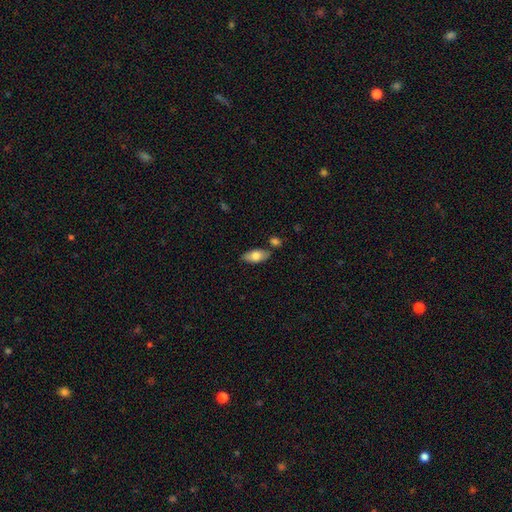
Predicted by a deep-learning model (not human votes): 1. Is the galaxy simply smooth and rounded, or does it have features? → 75% smooth, 19% featured or disk, 6% star or artifact.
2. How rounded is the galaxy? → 89% in between, 8% cigar-shaped, 3% round.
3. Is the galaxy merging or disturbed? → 75% none, 13% minor disturbance, 9% merger, 3% major disturbance.